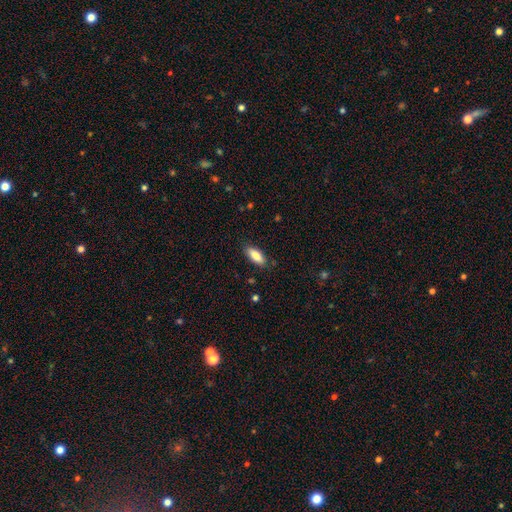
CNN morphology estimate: This is clearly a smooth galaxy (81%). How rounded: likely in between (77%). Merging: clearly none (85%).